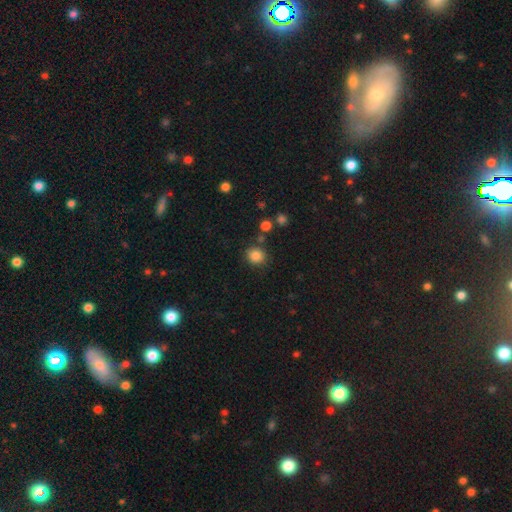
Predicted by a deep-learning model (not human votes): A smooth galaxy with no disk features (85%) that is round (84%). Merging: none (82%).